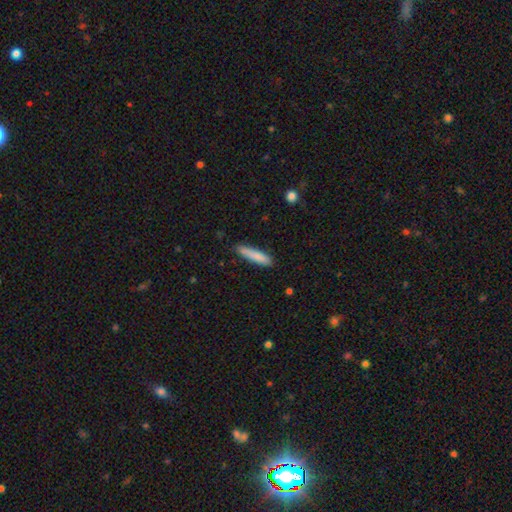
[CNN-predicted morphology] Smooth or featured? smooth (83%)
How rounded? cigar-shaped (87%)
Merging? none (86%)